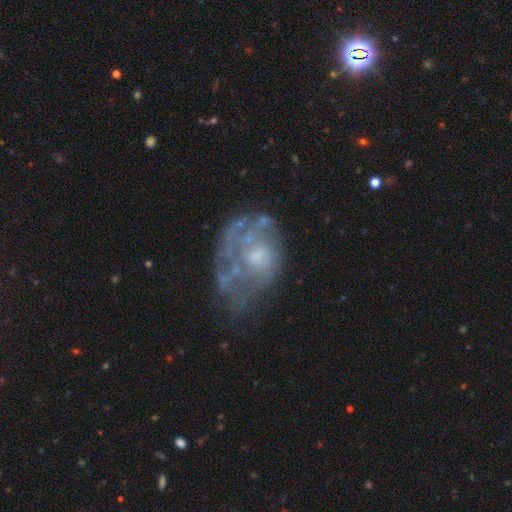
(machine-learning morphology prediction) The model was most divided on "bulge size": small: 36%, moderate: 34%, none: 26%, large: 4%, dominant: 1%. Remaining: edge-on disk — no (97%); bar — no (78%); smooth or featured — featured or disk (71%); spiral arms — no (54%); merging — none (44%).